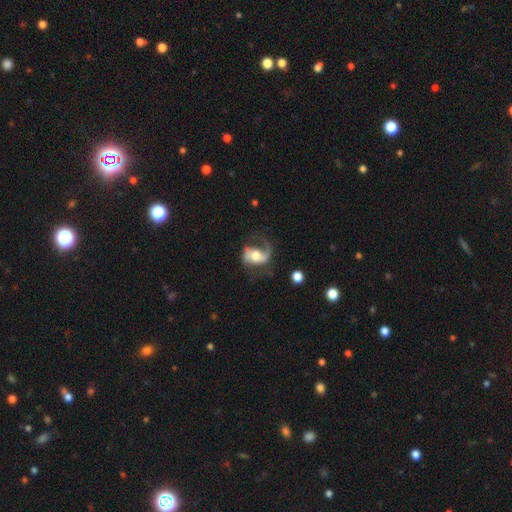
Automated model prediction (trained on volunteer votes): smooth_or_featured: featured or disk (p=0.75) [alt: smooth p=0.19]
disk_edge_on: no (p=0.97) [alt: yes p=0.03]
bar: no (p=0.45) [alt: weak p=0.35]
has_spiral_arms: yes (p=0.90) [alt: no p=0.10]
spiral_winding: loose (p=0.47) [alt: medium p=0.41]
spiral_arm_count: 2 (p=0.51) [alt: 1 p=0.43]
bulge_size: moderate (p=0.65) [alt: small p=0.16]
merging: none (p=0.45) [alt: major disturbance p=0.33]